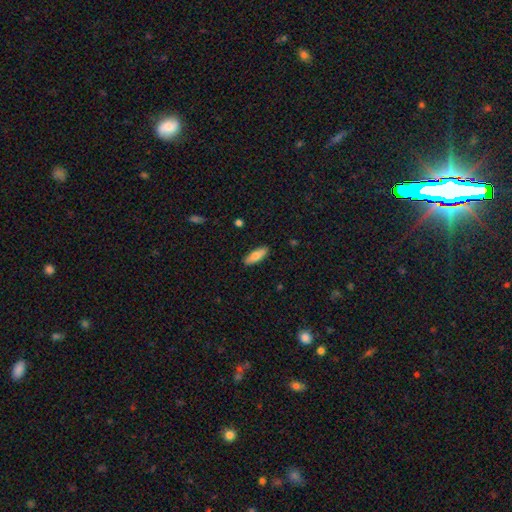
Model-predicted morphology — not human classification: Smooth or featured?
  - smooth: 73% *
  - featured or disk: 21%
  - star or artifact: 6%
How rounded?
  - in between: 60% *
  - cigar-shaped: 37%
  - round: 2%
Merging?
  - none: 89% *
  - minor disturbance: 8%
  - major disturbance: 2%
  - merger: 1%